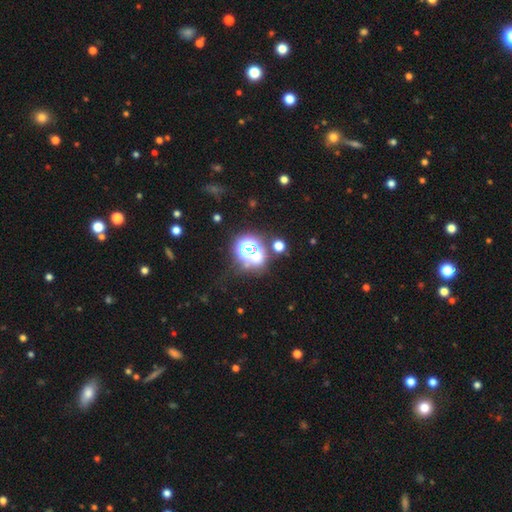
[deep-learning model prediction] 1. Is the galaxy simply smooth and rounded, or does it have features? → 48% star or artifact, 36% smooth, 16% featured or disk.